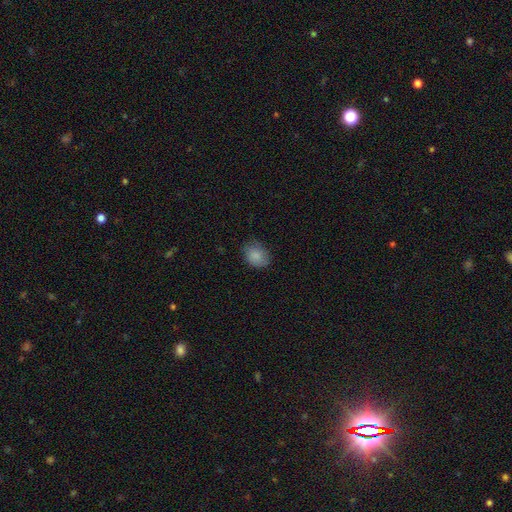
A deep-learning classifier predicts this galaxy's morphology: type=smooth (87%); roundness=in between (58%); merging=none (75%).